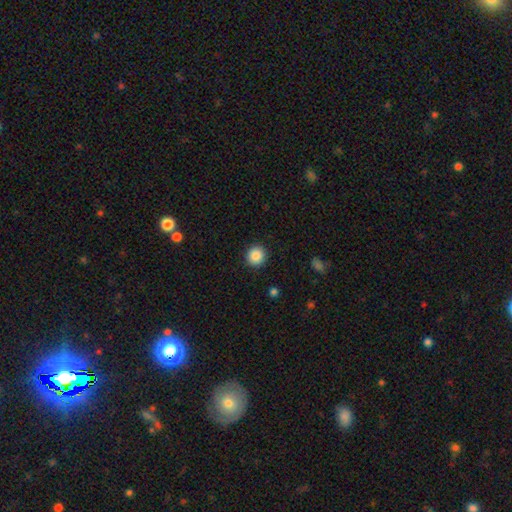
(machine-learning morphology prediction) Overall: smooth (87%). How rounded: round (92%). Merging: none (92%).